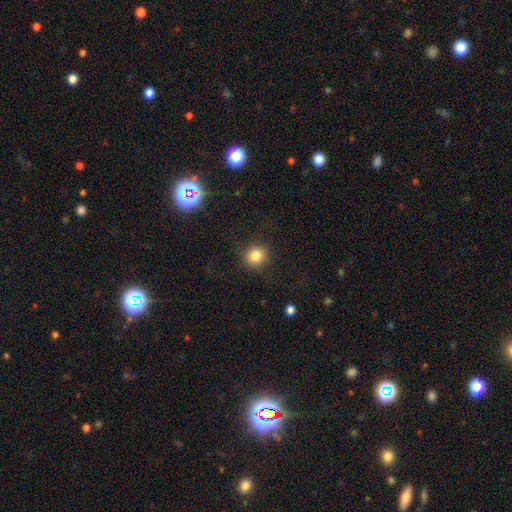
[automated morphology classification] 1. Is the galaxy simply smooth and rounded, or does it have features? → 83% smooth, 11% star or artifact, 6% featured or disk.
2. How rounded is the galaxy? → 87% round, 12% in between, 1% cigar-shaped.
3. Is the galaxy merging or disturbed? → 88% none, 8% minor disturbance, 3% major disturbance, 1% merger.